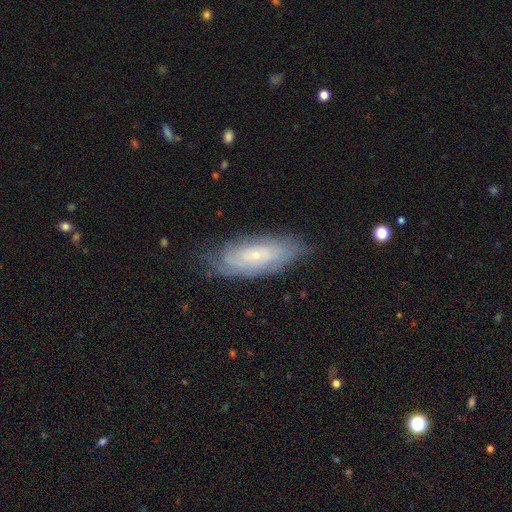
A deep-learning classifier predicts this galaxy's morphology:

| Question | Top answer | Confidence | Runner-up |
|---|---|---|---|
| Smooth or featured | featured or disk | 66% | smooth (27%) |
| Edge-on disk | no | 86% | yes (14%) |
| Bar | no | 74% | weak (22%) |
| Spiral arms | yes | 85% | no (15%) |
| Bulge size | small | 81% | moderate (14%) |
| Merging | none | 72% | minor disturbance (21%) |